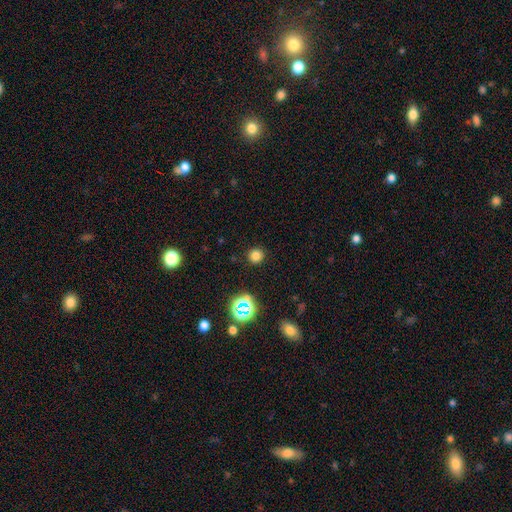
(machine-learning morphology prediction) Smooth or featured?
  - smooth: 76% *
  - star or artifact: 19%
  - featured or disk: 5%
How rounded?
  - round: 94% *
  - in between: 5%
  - cigar-shaped: 1%
Merging?
  - none: 91% *
  - minor disturbance: 6%
  - major disturbance: 2%
  - merger: 1%